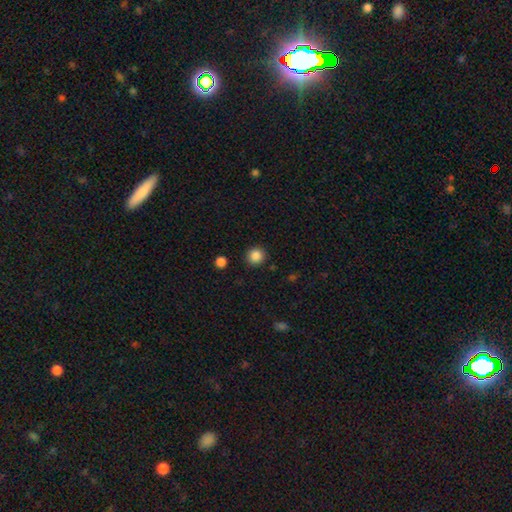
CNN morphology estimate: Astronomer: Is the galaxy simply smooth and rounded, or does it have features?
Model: smooth — 87%.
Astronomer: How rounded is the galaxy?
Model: round — 92%.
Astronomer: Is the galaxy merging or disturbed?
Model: none — 91%.